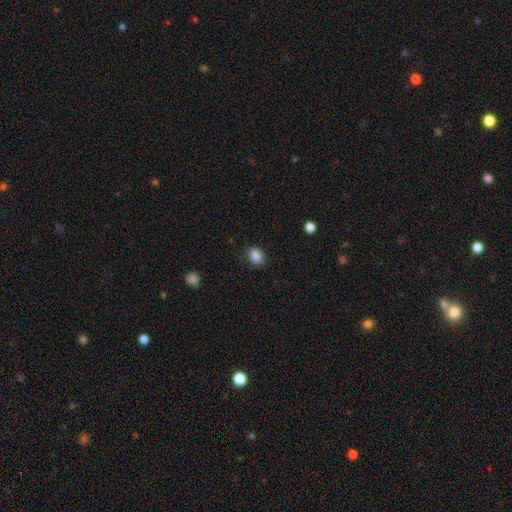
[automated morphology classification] This appears to be a smooth galaxy with no disk features (87%) that is in between round and cigar-shaped (70%). Merging: none (81%).